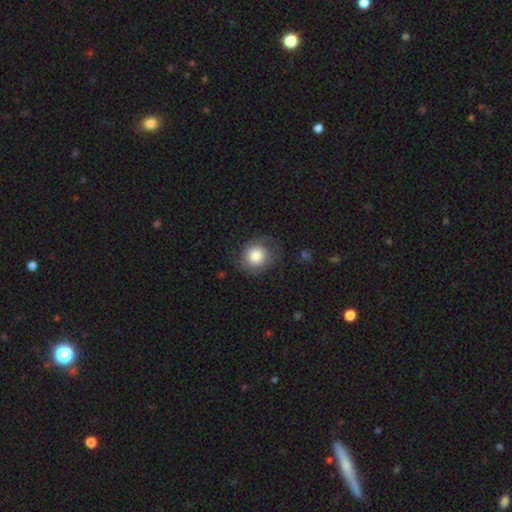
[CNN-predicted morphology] A smooth galaxy with no disk features (72%) that is round (84%). Merging: none (69%).